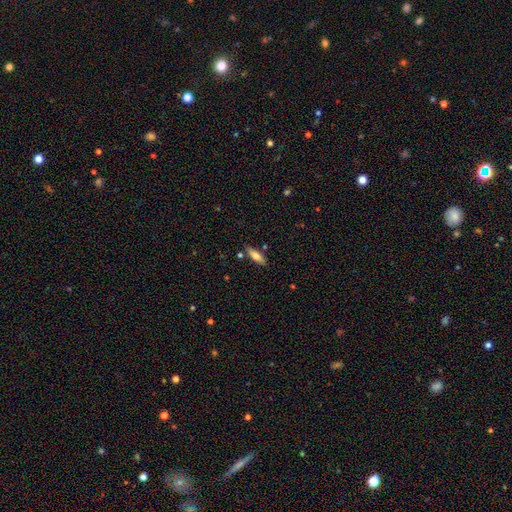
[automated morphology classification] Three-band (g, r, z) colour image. It shows a smooth galaxy with no disk features (68%) that is cigar-shaped (50%). Merging: none (82%).